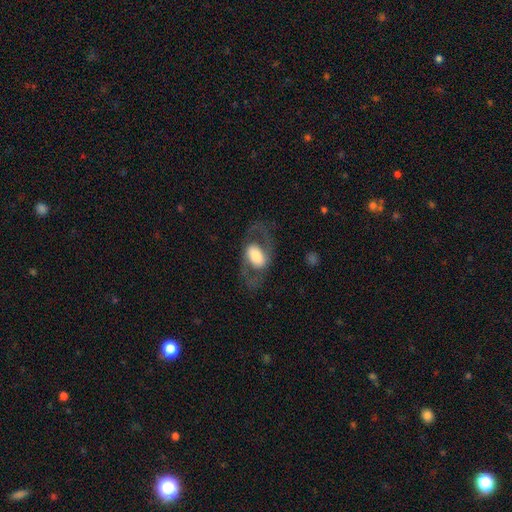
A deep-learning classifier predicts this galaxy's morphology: This appears to be a featured or disk galaxy (58%) with no bar (44%), spiral arms (58%) and a large central bulge (45%). Merging: none (69%).